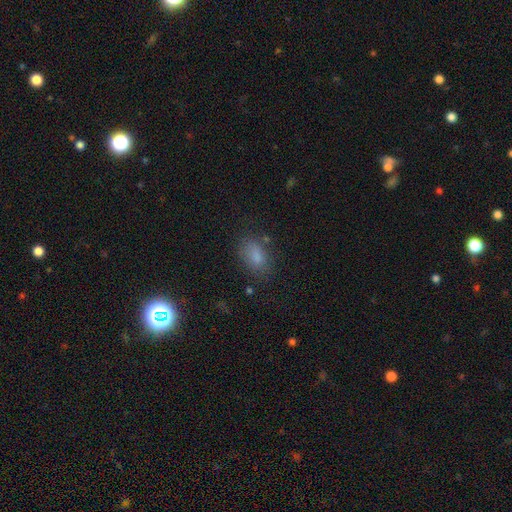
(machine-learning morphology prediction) The model was most divided on "merging": none: 71%, minor disturbance: 19%, major disturbance: 7%, merger: 4%. More confident: how rounded — in between (83%); smooth or featured — smooth (79%).